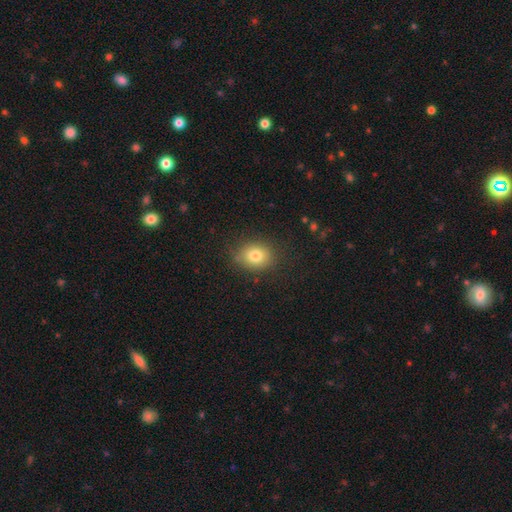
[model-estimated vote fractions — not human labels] smooth-or-featured: smooth: 79% | star or artifact: 12% | featured or disk: 9%
  how-rounded: round: 57% | in between: 42% | cigar-shaped: 1%
  merging: none: 82% | minor disturbance: 13% | major disturbance: 4% | merger: 1%